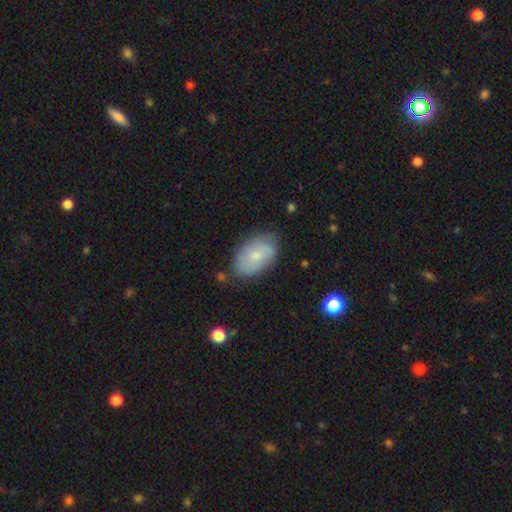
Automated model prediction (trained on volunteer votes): This is likely a smooth galaxy (68%). How rounded: clearly in between (91%). Merging: likely none (75%).